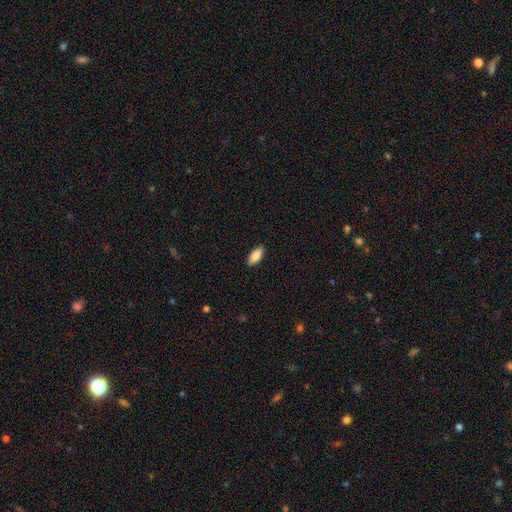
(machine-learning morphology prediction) A smooth galaxy with no disk features (86%) that is in between round and cigar-shaped (81%). Merging: none (90%).